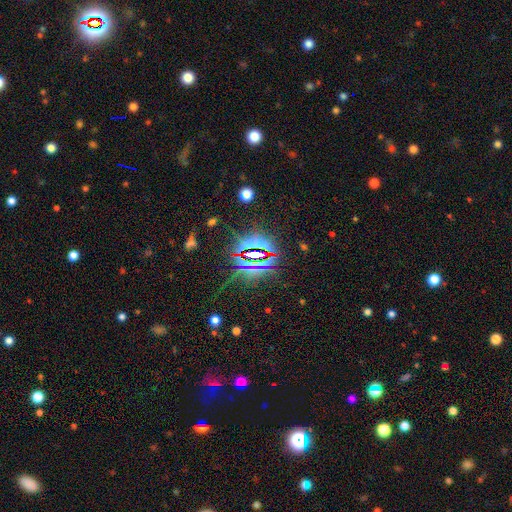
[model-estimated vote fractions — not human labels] A star or artifact, not a galaxy (81%).

Vote fractions:
- Smooth or featured? star or artifact: 81% / smooth: 10% / featured or disk: 9%